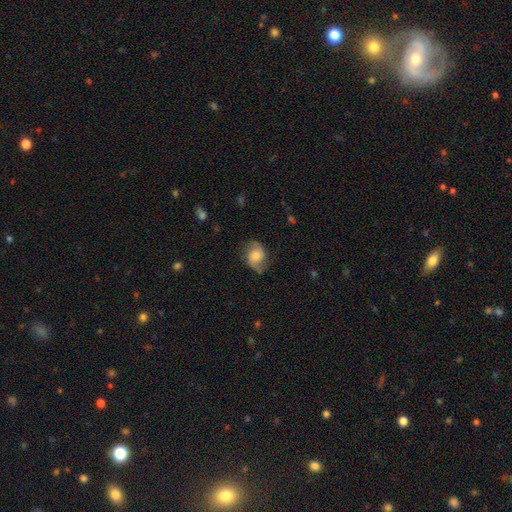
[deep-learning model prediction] smooth_or_featured: featured or disk (p=0.59) [alt: smooth p=0.33]
disk_edge_on: no (p=0.97) [alt: yes p=0.03]
bar: no (p=0.67) [alt: weak p=0.28]
has_spiral_arms: yes (p=0.91) [alt: no p=0.09]
spiral_winding: medium (p=0.43) [alt: loose p=0.38]
spiral_arm_count: 2 (p=0.88) [alt: can't tell p=0.06]
bulge_size: moderate (p=0.47) [alt: small p=0.32]
merging: none (p=0.71) [alt: minor disturbance p=0.20]